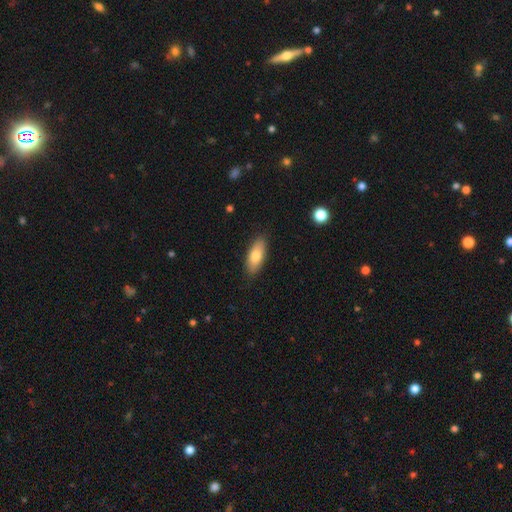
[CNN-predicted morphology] Smooth or featured?
  - smooth: 79% *
  - featured or disk: 15%
  - star or artifact: 6%
How rounded?
  - in between: 77% *
  - cigar-shaped: 21%
  - round: 2%
Merging?
  - none: 87% *
  - minor disturbance: 10%
  - major disturbance: 2%
  - merger: 1%